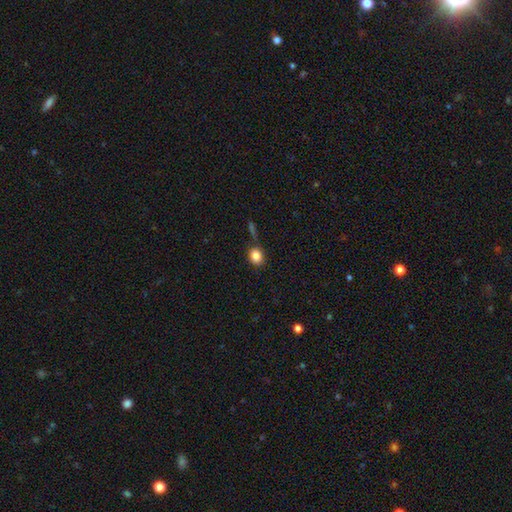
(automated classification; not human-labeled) This appears to be a smooth galaxy with no disk features (85%) that is round (58%). Merging: none (73%).